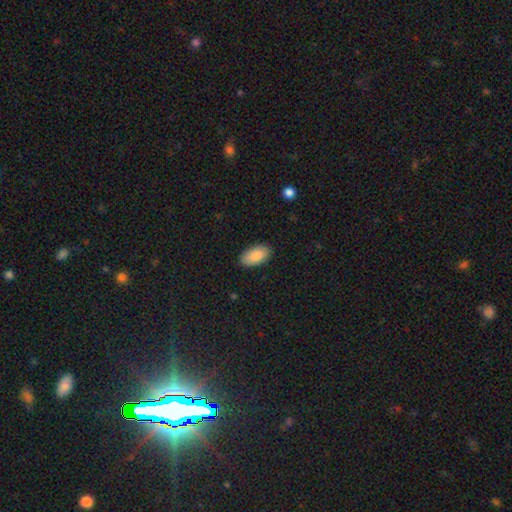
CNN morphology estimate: smooth-or-featured: smooth: 89% | star or artifact: 6% | featured or disk: 5%
  how-rounded: in between: 95% | cigar-shaped: 3% | round: 3%
  merging: none: 88% | minor disturbance: 9% | major disturbance: 2% | merger: 1%